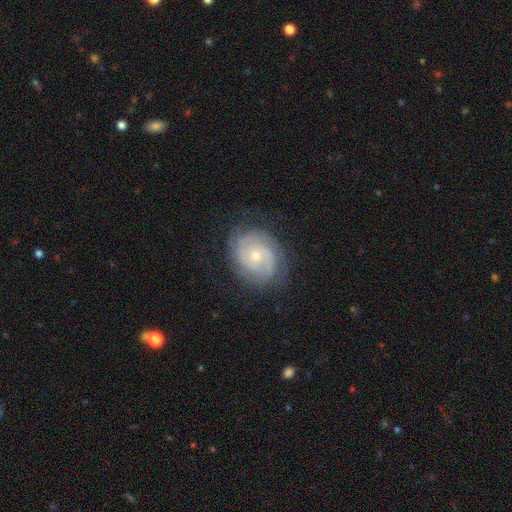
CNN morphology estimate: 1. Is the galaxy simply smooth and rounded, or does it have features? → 77% featured or disk, 16% smooth, 7% star or artifact.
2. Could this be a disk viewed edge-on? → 97% no, 3% yes.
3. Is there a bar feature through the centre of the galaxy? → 74% no, 22% weak, 4% strong.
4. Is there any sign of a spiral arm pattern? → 92% yes, 8% no.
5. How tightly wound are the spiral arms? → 64% tight, 29% medium, 8% loose.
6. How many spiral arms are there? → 40% 2, 30% can't tell, 15% 3, 5% 4, 4% 1, 4% more than 4.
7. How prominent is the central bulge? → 65% small, 32% moderate, 1% large, 1% none, 1% dominant.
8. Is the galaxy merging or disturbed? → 77% none, 16% minor disturbance, 6% major disturbance, 1% merger.